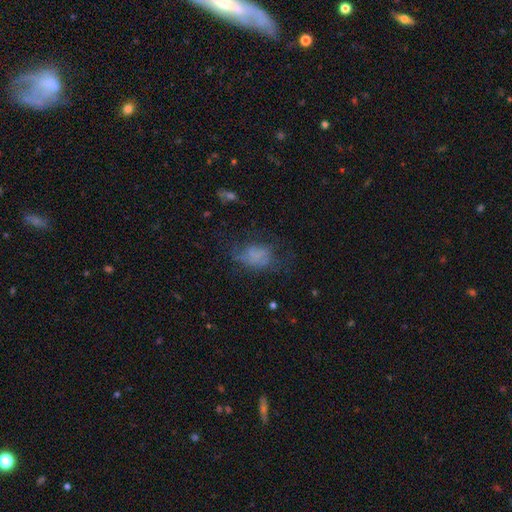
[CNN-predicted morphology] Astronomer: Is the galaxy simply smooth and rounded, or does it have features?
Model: smooth — 52% (runner-up: featured or disk, 30%).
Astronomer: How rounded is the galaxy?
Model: in between — 76%.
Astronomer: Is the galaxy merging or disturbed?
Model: none — 40% (runner-up: major disturbance, 32%).